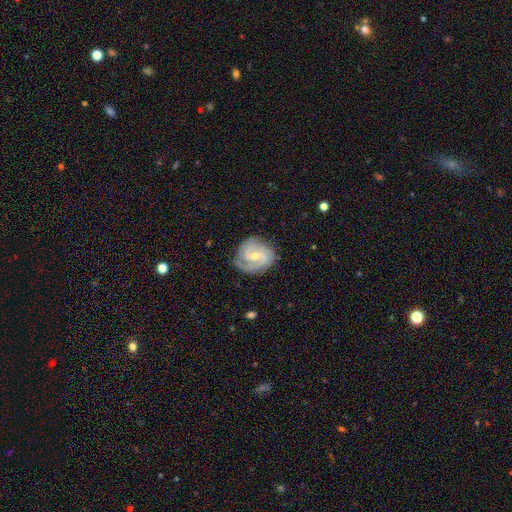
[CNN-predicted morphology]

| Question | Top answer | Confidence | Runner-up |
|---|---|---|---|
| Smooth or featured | featured or disk | 88% | smooth (7%) |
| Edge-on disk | no | 98% | yes (2%) |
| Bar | no | 54% | weak (38%) |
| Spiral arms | yes | 98% | no (2%) |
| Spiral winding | tight | 59% | medium (36%) |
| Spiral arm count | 2 | 40% | 3 (36%) |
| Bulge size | small | 56% | moderate (41%) |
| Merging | none | 78% | minor disturbance (16%) |